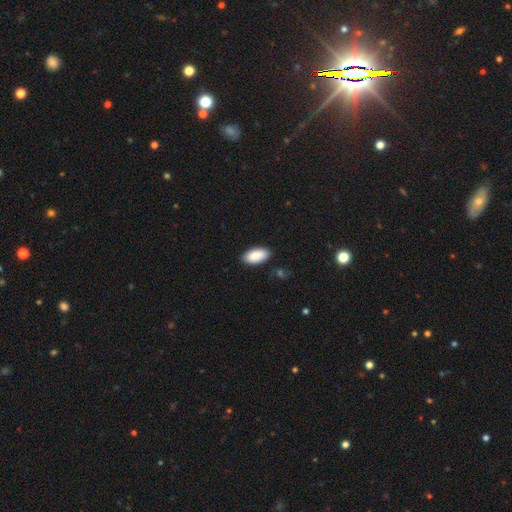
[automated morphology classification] This is clearly a smooth galaxy (89%). How rounded: clearly in between (93%). Merging: clearly none (86%).